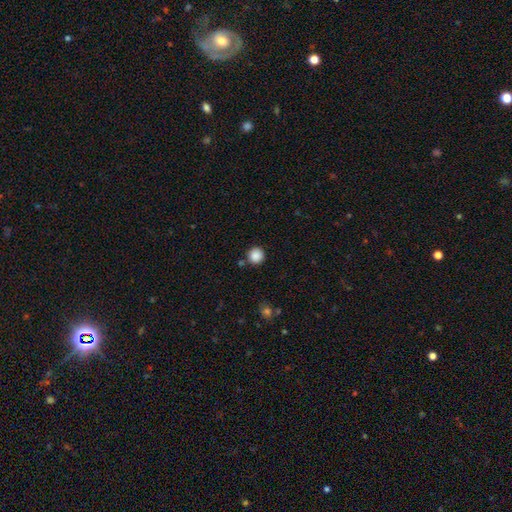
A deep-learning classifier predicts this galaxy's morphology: Smooth or featured? smooth (87%)
How rounded? round (95%)
Merging? none (86%)